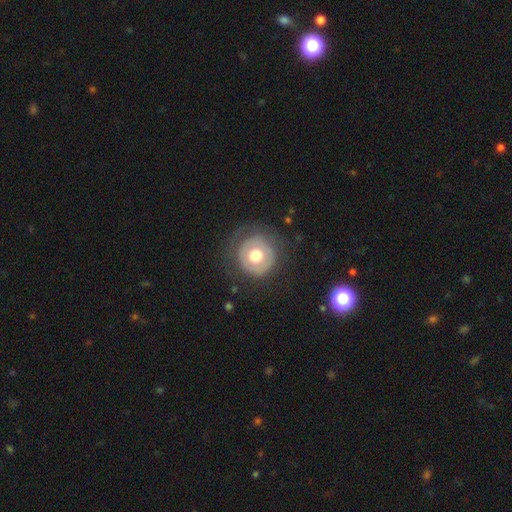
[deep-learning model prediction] Smooth or featured? smooth (53%)
How rounded? round (93%)
Merging? none (69%)